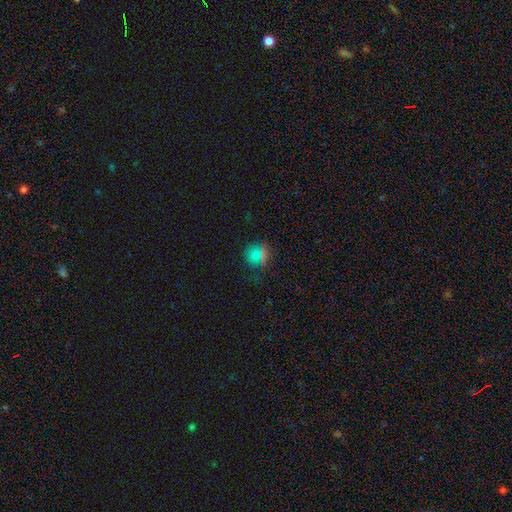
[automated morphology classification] smooth_or_featured: smooth (p=0.69) [alt: star or artifact p=0.24]
how_rounded: round (p=0.92) [alt: in between p=0.07]
merging: none (p=0.83) [alt: minor disturbance p=0.10]